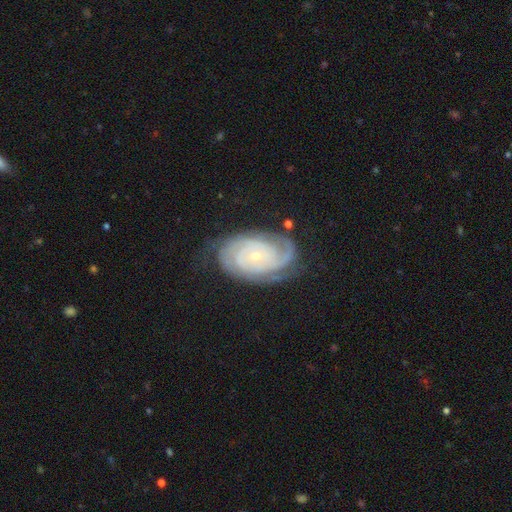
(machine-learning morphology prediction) Smooth or featured?
  - featured or disk: 89% *
  - smooth: 5%
  - star or artifact: 5%
Edge-on disk?
  - no: 97% *
  - yes: 3%
Bar?
  - no: 77% *
  - weak: 17%
  - strong: 6%
Spiral arms?
  - yes: 98% *
  - no: 2%
Spiral winding?
  - tight: 78% *
  - medium: 18%
  - loose: 3%
Spiral arm count?
  - 2: 42% *
  - 3: 22%
  - can't tell: 16%
  - 4: 9%
  - more than 4: 5%
  - 1: 5%
Bulge size?
  - small: 77% *
  - moderate: 20%
  - none: 1%
  - large: 1%
  - dominant: 1%
Merging?
  - none: 74% *
  - minor disturbance: 18%
  - major disturbance: 7%
  - merger: 2%